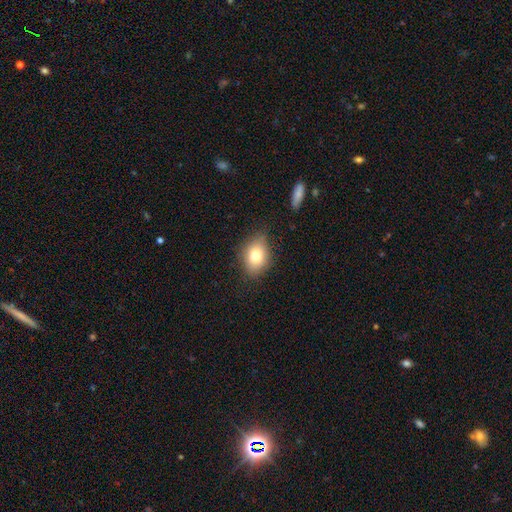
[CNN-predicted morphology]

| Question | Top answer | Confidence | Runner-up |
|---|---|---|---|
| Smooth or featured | smooth | 77% | featured or disk (13%) |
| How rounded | in between | 64% | round (34%) |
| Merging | none | 75% | minor disturbance (19%) |